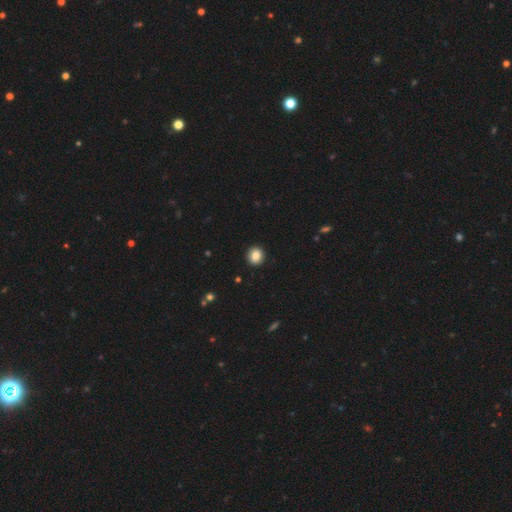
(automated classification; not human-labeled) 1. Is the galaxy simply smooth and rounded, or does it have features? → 86% smooth, 9% star or artifact, 5% featured or disk.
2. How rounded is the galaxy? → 83% round, 16% in between, 1% cigar-shaped.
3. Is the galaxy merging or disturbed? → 91% none, 6% minor disturbance, 2% major disturbance, 1% merger.